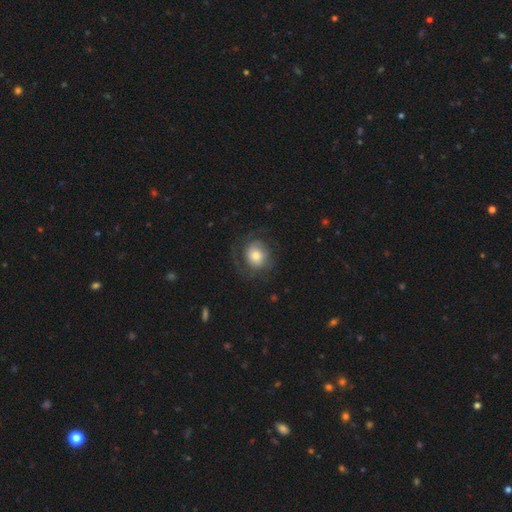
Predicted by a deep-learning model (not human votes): Q: Smooth or featured?
A: featured or disk (51%); runner-up: smooth (42%)
Q: Edge-on disk?
A: no (97%); runner-up: yes (3%)
Q: Merging?
A: none (64%); runner-up: major disturbance (18%)